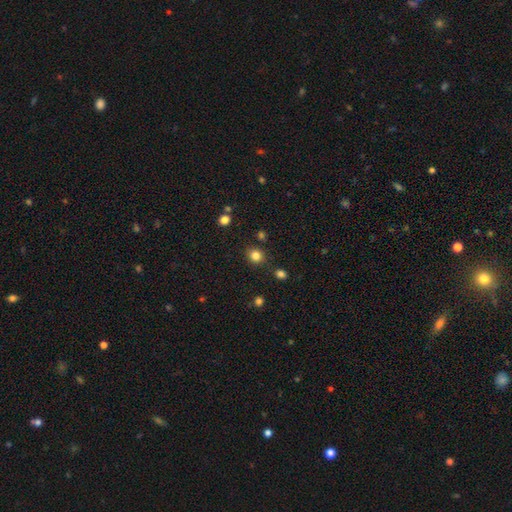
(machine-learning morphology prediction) smooth_or_featured: smooth (p=0.82) [alt: star or artifact p=0.13]
how_rounded: round (p=0.80) [alt: in between p=0.19]
merging: none (p=0.85) [alt: minor disturbance p=0.09]